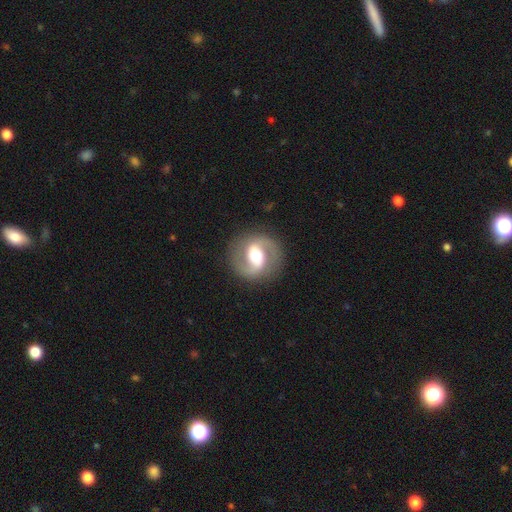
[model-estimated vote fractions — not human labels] Q: Smooth or featured?
A: featured or disk (82%); runner-up: smooth (13%)
Q: Edge-on disk?
A: no (97%); runner-up: yes (3%)
Q: Bar?
A: strong (44%); runner-up: weak (38%)
Q: Spiral arms?
A: yes (89%); runner-up: no (11%)
Q: Spiral winding?
A: medium (53%); runner-up: loose (24%)
Q: Spiral arm count?
A: 2 (92%); runner-up: can't tell (3%)
Q: Bulge size?
A: moderate (63%); runner-up: large (25%)
Q: Merging?
A: none (86%); runner-up: minor disturbance (9%)